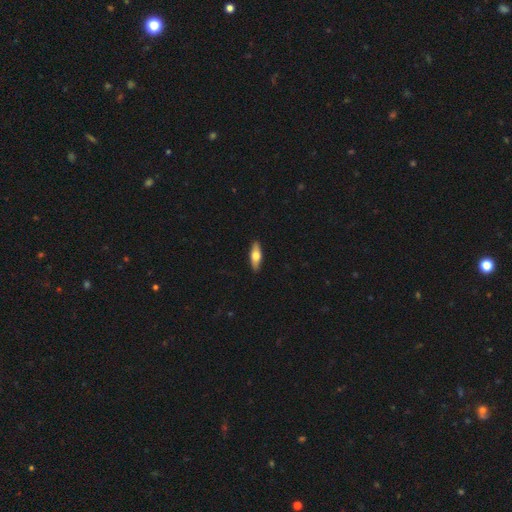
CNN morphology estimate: This appears to be a smooth galaxy with no disk features (58%) that is in between round and cigar-shaped (57%). Merging: none (90%).